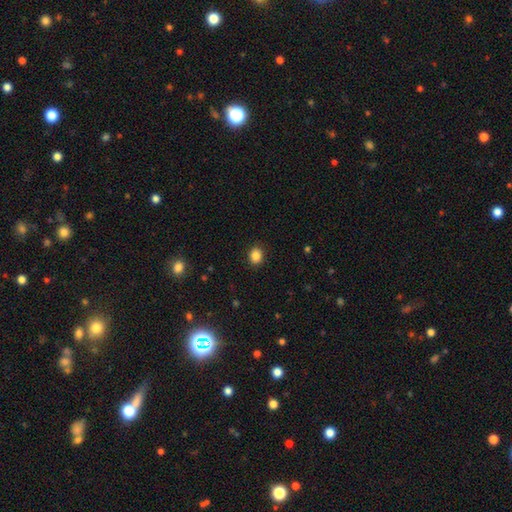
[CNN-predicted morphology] Overall: smooth (86%). How rounded: round (59%; in between 40%). Merging: none (89%).